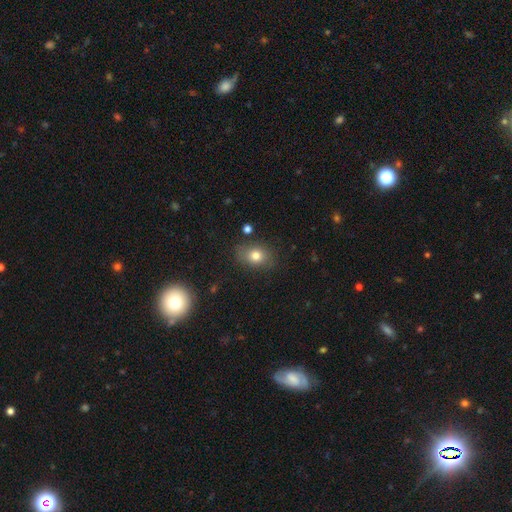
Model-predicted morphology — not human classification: Q: Smooth or featured?
A: smooth (78%); runner-up: star or artifact (11%)
Q: How rounded?
A: in between (63%); runner-up: round (35%)
Q: Merging?
A: none (78%); runner-up: minor disturbance (15%)